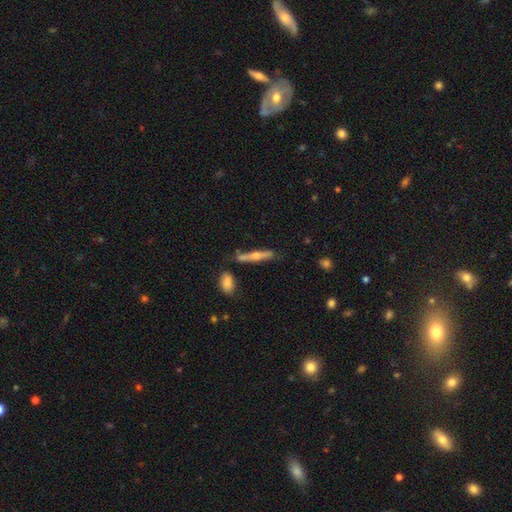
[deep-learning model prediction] Q: Smooth or featured?
A: featured or disk (55%); runner-up: smooth (39%)
Q: Edge-on disk?
A: yes (94%); runner-up: no (6%)
Q: Edge-on bulge?
A: rounded (89%); runner-up: none (8%)
Q: Merging?
A: none (78%); runner-up: minor disturbance (13%)